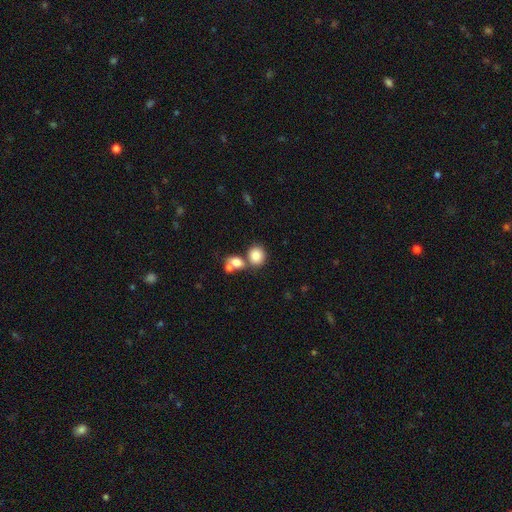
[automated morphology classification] A smooth galaxy with no disk features (83%) that is round (72%).

Vote fractions:
- Smooth or featured? smooth: 83% / star or artifact: 9% / featured or disk: 8%
- How rounded? round: 72% / in between: 27% / cigar-shaped: 1%
- Merging? none: 57% / merger: 29% / minor disturbance: 10% / major disturbance: 4%